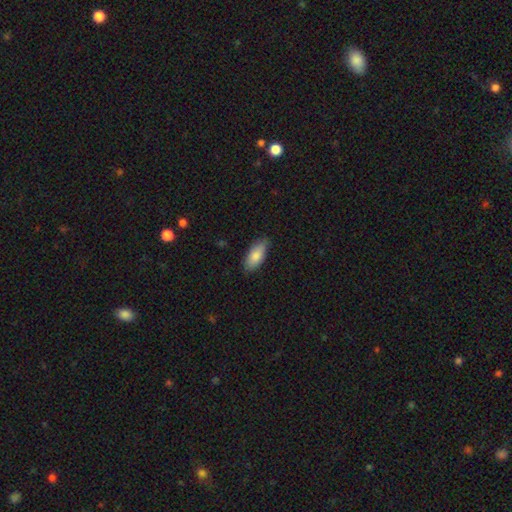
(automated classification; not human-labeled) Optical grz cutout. It shows a smooth galaxy with no disk features (83%) that is in between round and cigar-shaped (87%). Merging: none (82%).